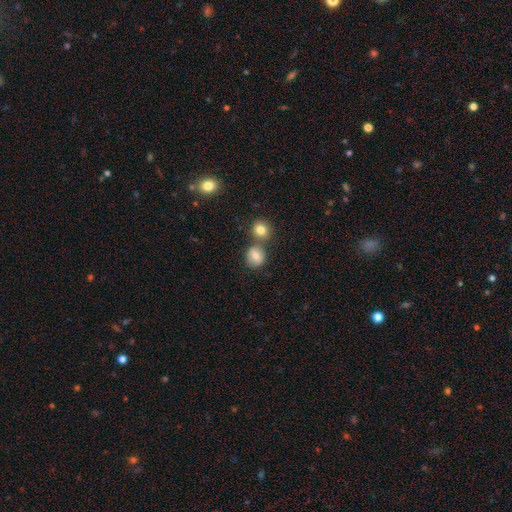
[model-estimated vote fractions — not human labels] Smooth or featured: smooth — 78% (featured or disk — 12%)
How rounded: round — 77% (in between — 22%)
Merging: none — 61% (merger — 25%)